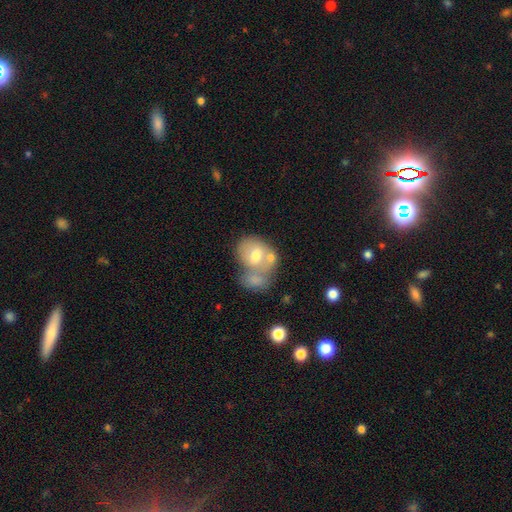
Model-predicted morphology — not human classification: A smooth galaxy with no disk features (58%) that is round (51%).

Vote fractions:
- Smooth or featured? smooth: 58% / featured or disk: 33% / star or artifact: 8%
- How rounded? round: 51% / in between: 48% / cigar-shaped: 1%
- Merging? merger: 58% / none: 24% / minor disturbance: 11% / major disturbance: 7%